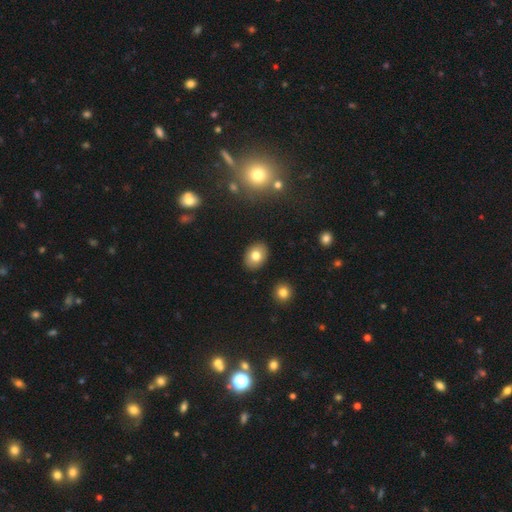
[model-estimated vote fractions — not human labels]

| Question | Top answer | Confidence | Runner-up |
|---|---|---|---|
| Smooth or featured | smooth | 78% | featured or disk (13%) |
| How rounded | in between | 72% | round (27%) |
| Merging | none | 89% | minor disturbance (7%) |